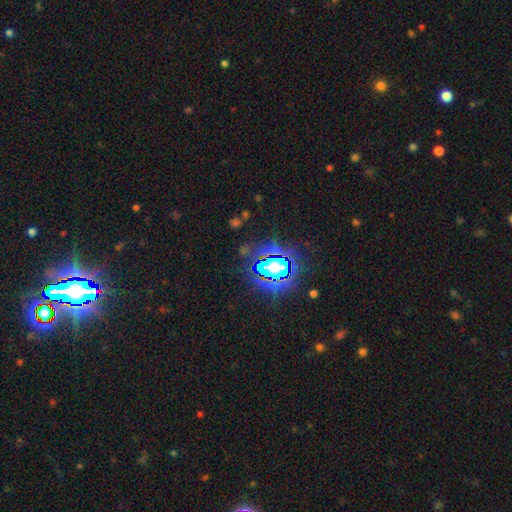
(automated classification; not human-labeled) This appears to be a star or artifact, not a galaxy (84%).